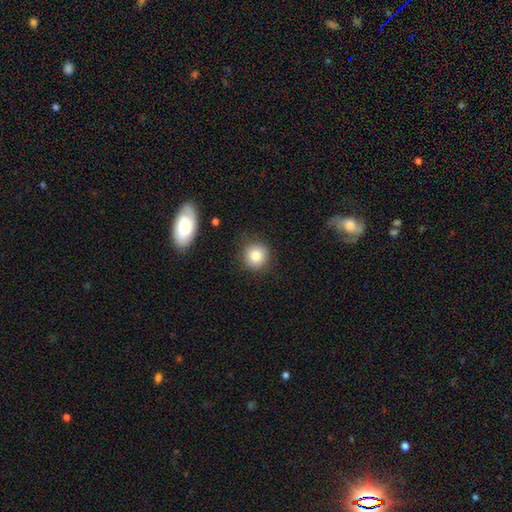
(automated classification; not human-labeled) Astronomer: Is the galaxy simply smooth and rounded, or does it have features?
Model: smooth — 82%.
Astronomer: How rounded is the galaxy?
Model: round — 92%.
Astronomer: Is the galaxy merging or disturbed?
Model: none — 86%.